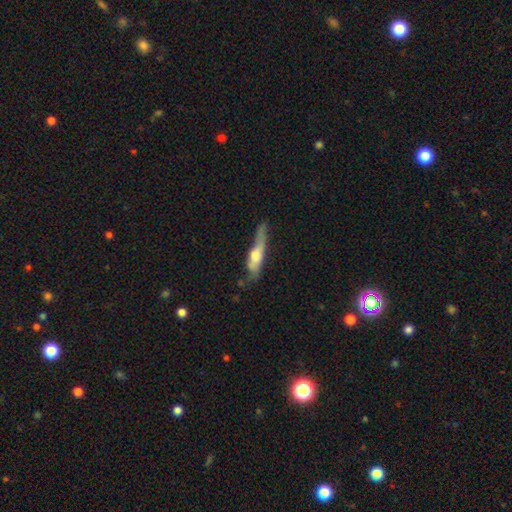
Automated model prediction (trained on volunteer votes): The model was most divided on "smooth or featured": smooth: 49%, featured or disk: 44%, star or artifact: 6%. Remaining: merging — none (45%).